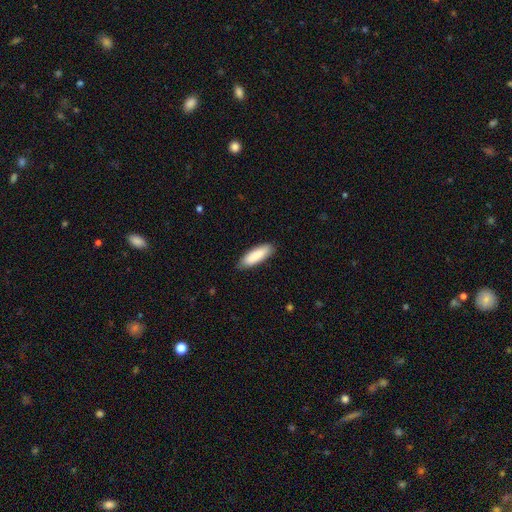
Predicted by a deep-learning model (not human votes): This is clearly a smooth galaxy (87%). How rounded: possibly in between (54%). Merging: clearly none (86%).